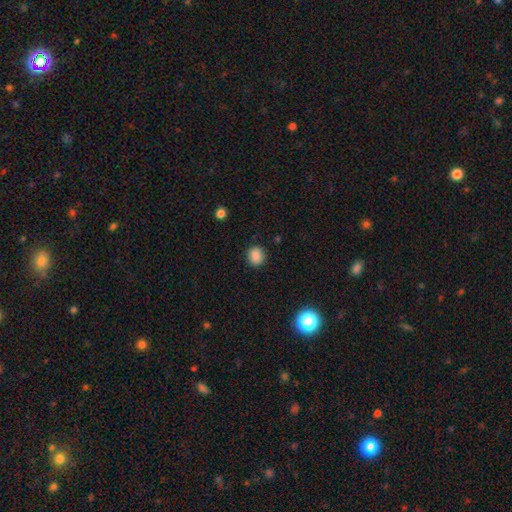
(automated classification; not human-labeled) This appears to be a smooth galaxy with no disk features (87%) that is round (80%). Merging: none (88%).